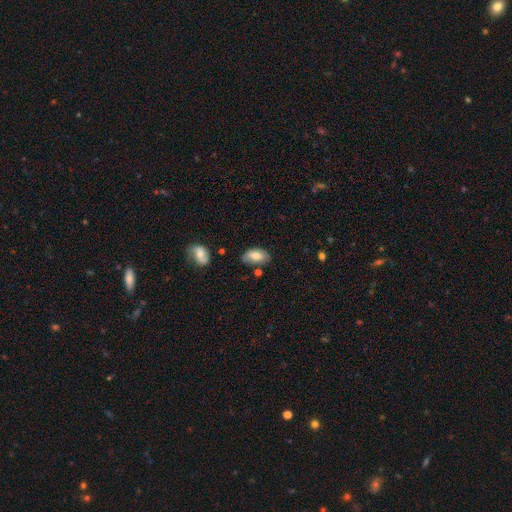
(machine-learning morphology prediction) Smooth or featured: smooth — 72% (featured or disk — 21%)
How rounded: in between — 94% (round — 4%)
Merging: none — 65% (minor disturbance — 25%)